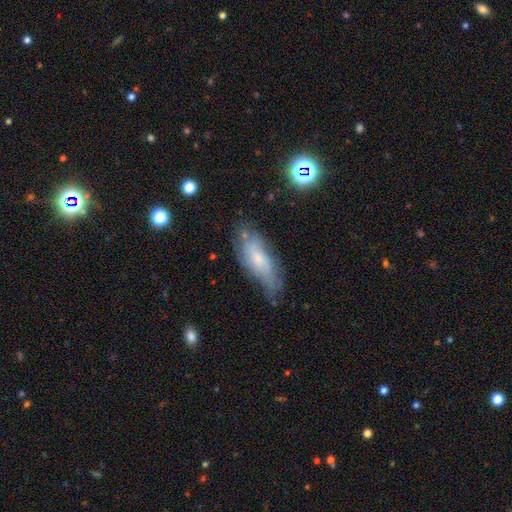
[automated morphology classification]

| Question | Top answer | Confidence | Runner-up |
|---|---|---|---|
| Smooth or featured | featured or disk | 49% | smooth (37%) |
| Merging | none | 67% | minor disturbance (24%) |